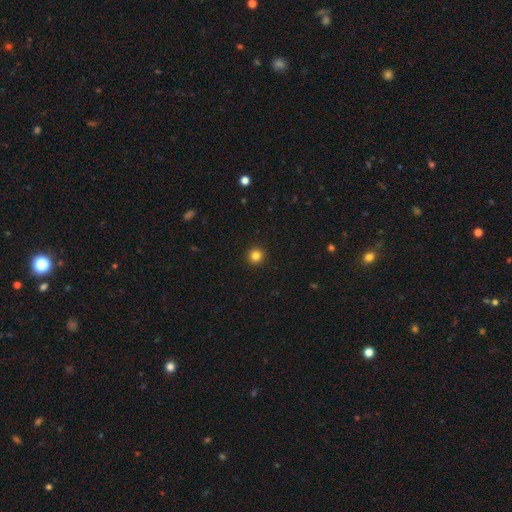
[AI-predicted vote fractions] Smooth or featured? Predicted: smooth (p=0.83). How rounded? Predicted: round (p=0.95). Merging? Predicted: none (p=0.94).